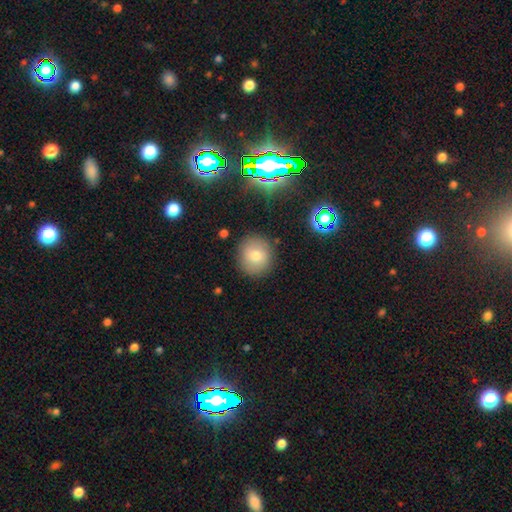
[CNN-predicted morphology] This appears to be a smooth galaxy with no disk features (74%) that is round (84%). Merging: none (87%).